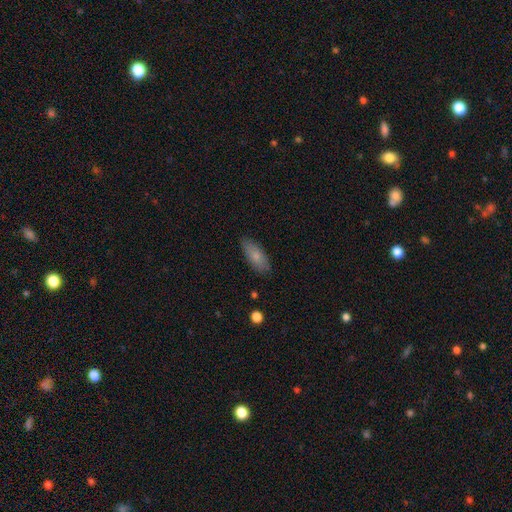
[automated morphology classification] The model was most divided on "how rounded": in between: 79%, cigar-shaped: 19%, round: 2%. More confident: merging — none (83%); smooth or featured — smooth (80%).